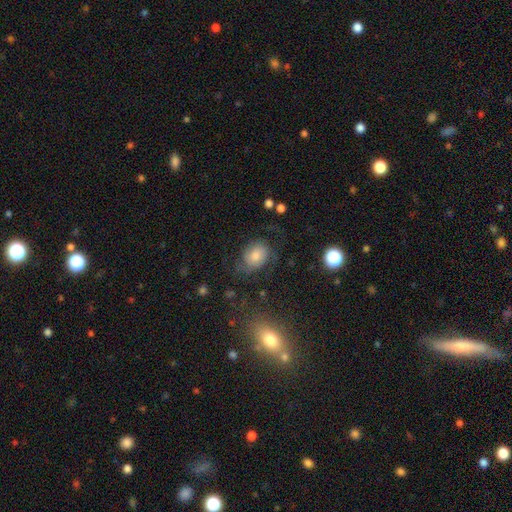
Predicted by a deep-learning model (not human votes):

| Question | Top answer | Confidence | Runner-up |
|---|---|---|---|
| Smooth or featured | smooth | 48% | featured or disk (38%) |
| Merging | none | 61% | minor disturbance (22%) |